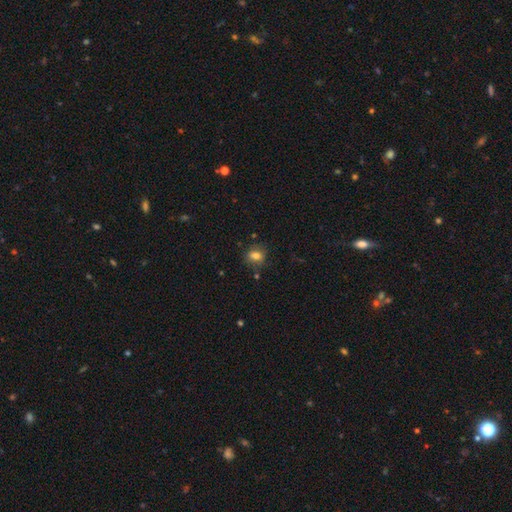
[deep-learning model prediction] The model was most divided on "how rounded": in between: 55%, round: 43%, cigar-shaped: 2%. More confident: smooth or featured — smooth (78%); merging — none (74%).